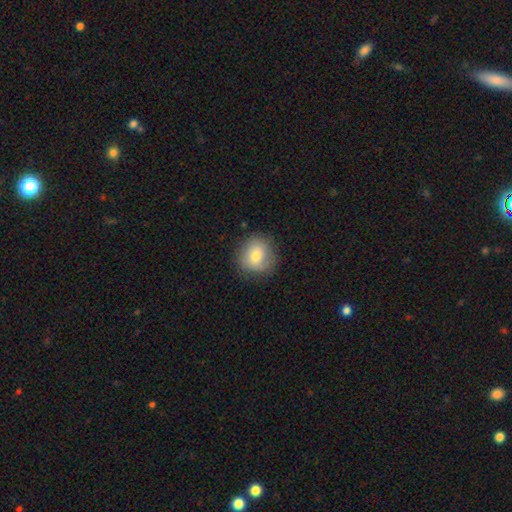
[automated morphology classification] Smooth or featured? Predicted: smooth (p=0.75). How rounded? Predicted: round (p=0.86). Merging? Predicted: none (p=0.81).